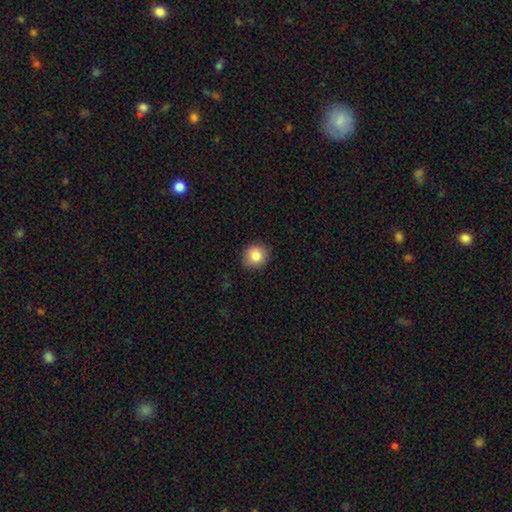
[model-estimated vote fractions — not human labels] A smooth galaxy with no disk features (86%) that is round (90%).

Vote fractions:
- Smooth or featured? smooth: 86% / star or artifact: 9% / featured or disk: 5%
- How rounded? round: 90% / in between: 9% / cigar-shaped: 1%
- Merging? none: 88% / minor disturbance: 9% / major disturbance: 2% / merger: 1%